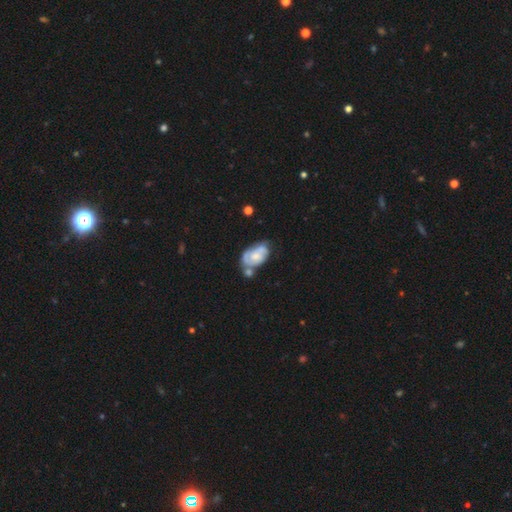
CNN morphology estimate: type=featured or disk (66%); edge-on=no (96%); bar=no (71%); spiral arms=yes (82%); winding=tight (52%); arm count=2 (51%); bulge=small (45%); merging=none (39%).